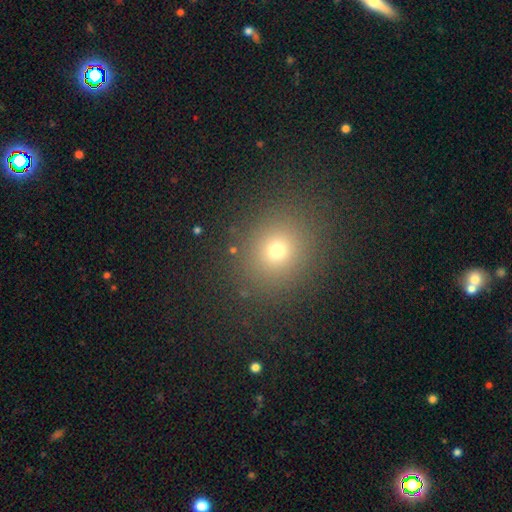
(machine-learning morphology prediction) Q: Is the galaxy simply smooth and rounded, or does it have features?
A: smooth — 64%.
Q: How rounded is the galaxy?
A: round — 81%.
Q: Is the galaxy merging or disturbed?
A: none — 91%.